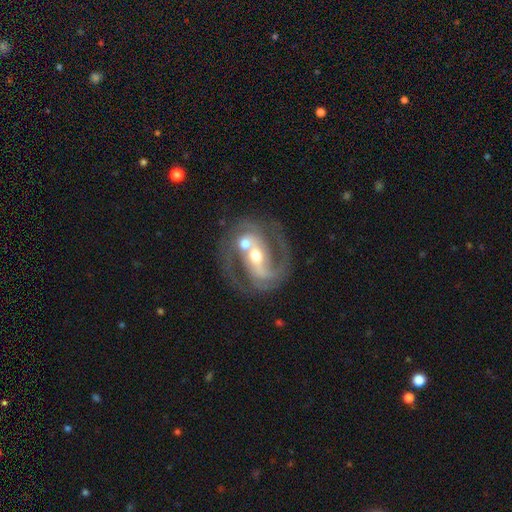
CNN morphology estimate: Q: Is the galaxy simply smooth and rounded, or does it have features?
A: featured or disk — 88%.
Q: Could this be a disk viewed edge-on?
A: no — 97%.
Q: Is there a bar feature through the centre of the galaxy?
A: strong — 42%.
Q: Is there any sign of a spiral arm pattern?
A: yes — 94%.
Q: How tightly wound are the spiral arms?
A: medium — 55%.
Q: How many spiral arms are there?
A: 2 — 84%.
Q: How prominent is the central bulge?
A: moderate — 66%.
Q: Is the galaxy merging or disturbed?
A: none — 53%.